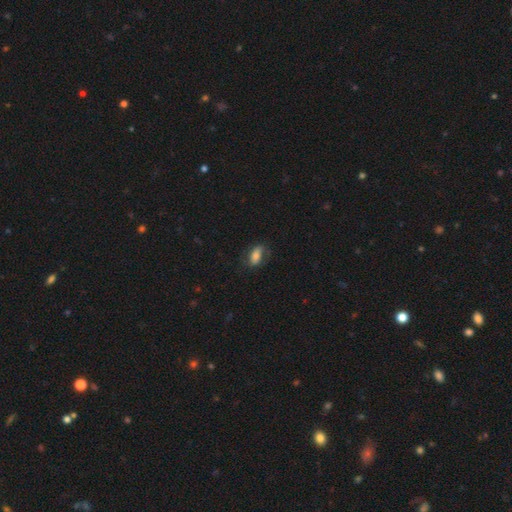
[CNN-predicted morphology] type=smooth (61%); roundness=in between (86%); merging=none (63%).